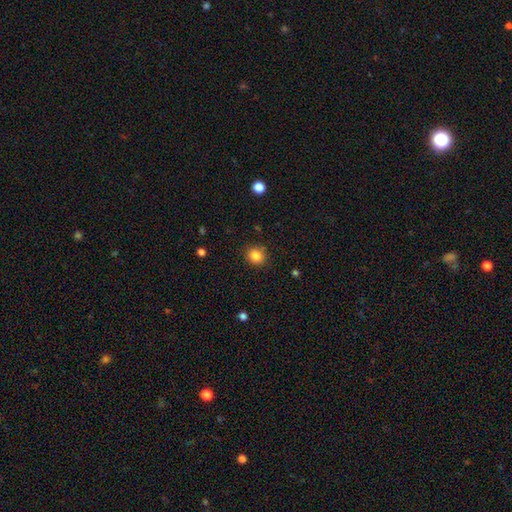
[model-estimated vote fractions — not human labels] Morphology: type=smooth (85%); roundness=round (78%); merging=none (88%).